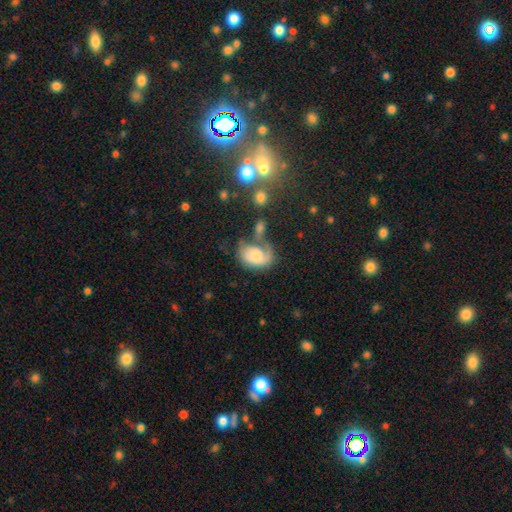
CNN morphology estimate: A featured or disk galaxy (48%).

Vote fractions:
- Smooth or featured? featured or disk: 48% / smooth: 44% / star or artifact: 8%
- Merging? none: 30% / major disturbance: 29% / merger: 21% / minor disturbance: 21%